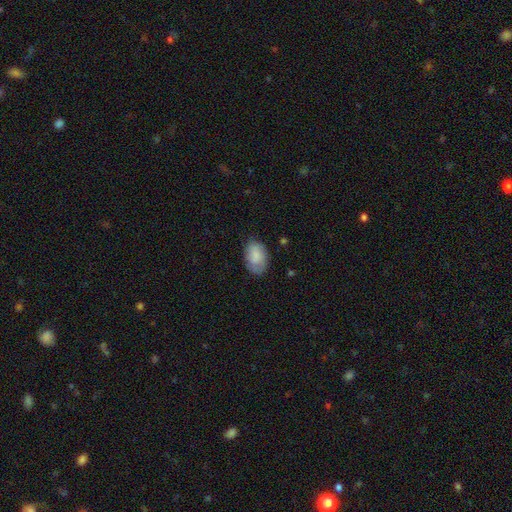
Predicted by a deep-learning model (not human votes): smooth 81%, featured or disk 13%, star or artifact 7%. Down the decision tree: how rounded — in between (90%); merging — none (70%).